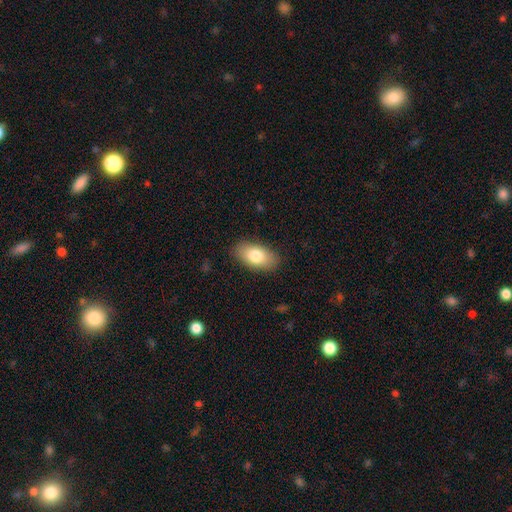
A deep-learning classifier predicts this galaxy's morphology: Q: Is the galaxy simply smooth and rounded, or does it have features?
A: smooth — 80%.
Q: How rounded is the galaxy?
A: in between — 92%.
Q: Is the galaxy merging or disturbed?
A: none — 87%.